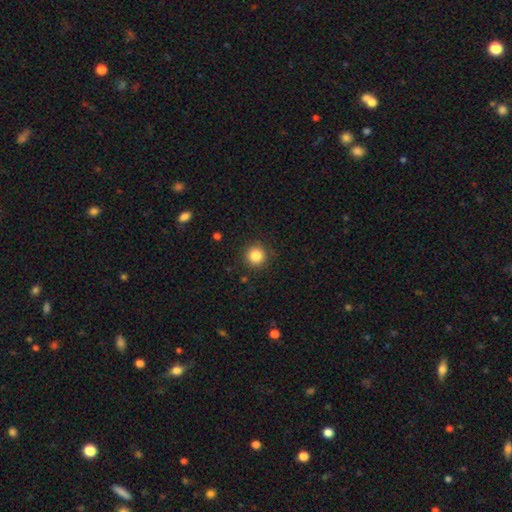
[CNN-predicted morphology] smooth 85%, star or artifact 11%, featured or disk 4%. Down the decision tree: how rounded — round (95%); merging — none (90%).